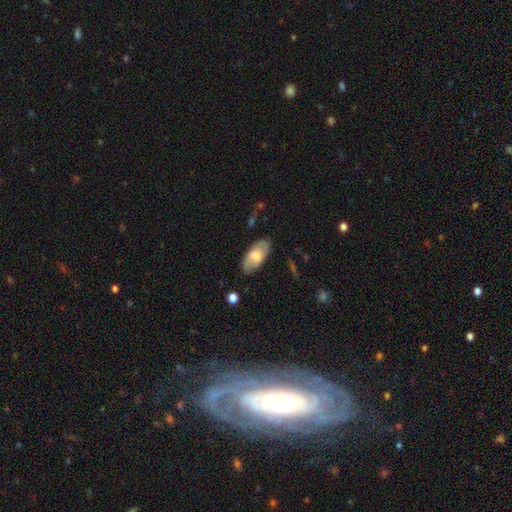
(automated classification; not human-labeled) Overall: smooth (65%; featured or disk 29%). How rounded: in between (92%). Merging: none (77%).